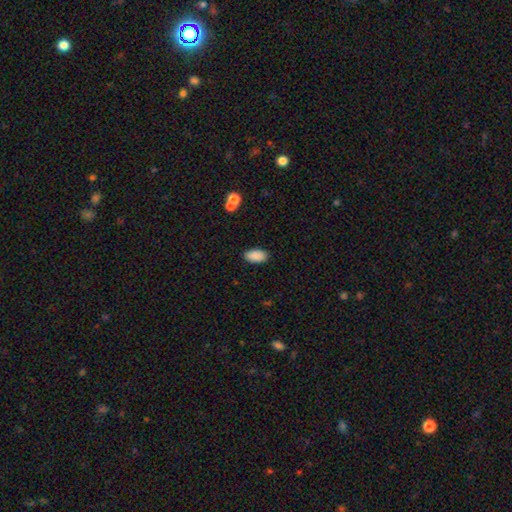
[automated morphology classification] Smooth or featured? smooth (90%)
How rounded? in between (94%)
Merging? none (88%)